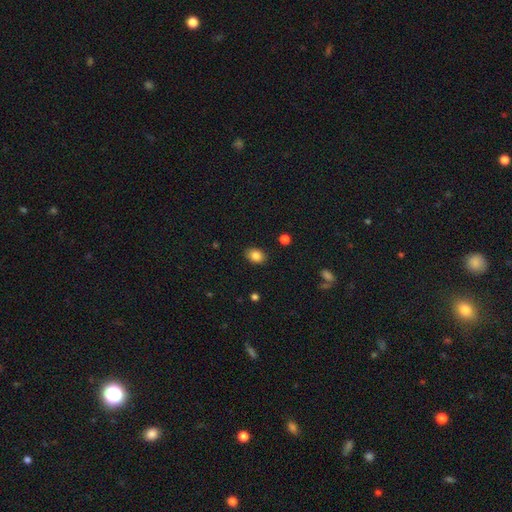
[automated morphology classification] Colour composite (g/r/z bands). It shows a smooth galaxy with no disk features (85%) that is in between round and cigar-shaped (73%). Merging: none (88%).